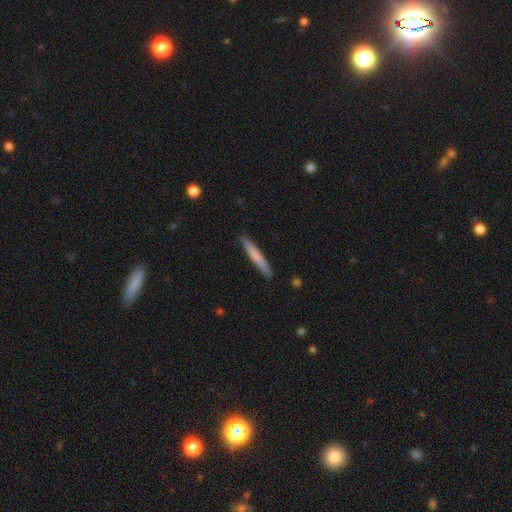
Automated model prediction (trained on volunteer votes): A smooth galaxy with no disk features (71%) that is cigar-shaped (96%). Merging: none (90%).